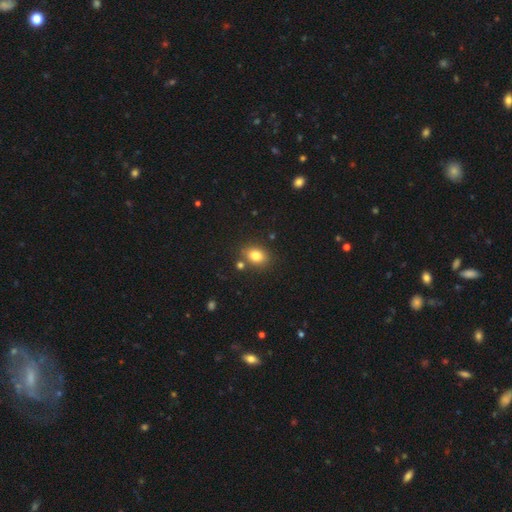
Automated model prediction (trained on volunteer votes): Overall: smooth (80%). How rounded: in between (63%; round 36%). Merging: none (77%).